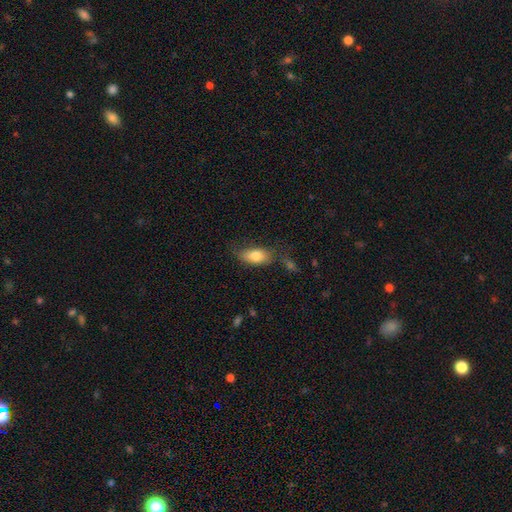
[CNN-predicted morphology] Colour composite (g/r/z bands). It shows a smooth galaxy with no disk features (79%) that is in between round and cigar-shaped (88%). Merging: none (63%).